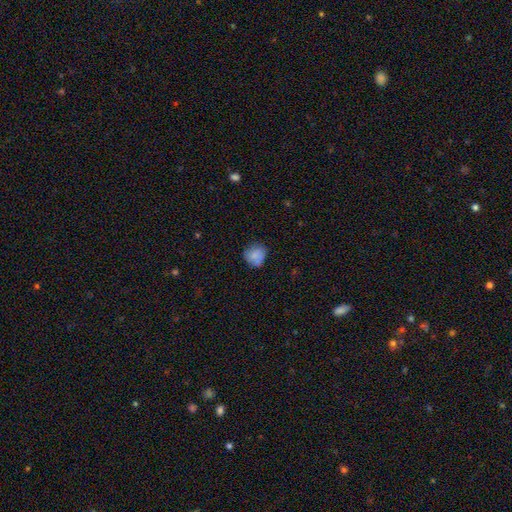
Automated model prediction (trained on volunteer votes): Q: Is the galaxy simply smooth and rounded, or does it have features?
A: smooth — 80%.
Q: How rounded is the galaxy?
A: round — 79%.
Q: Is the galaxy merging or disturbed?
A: none — 66%.